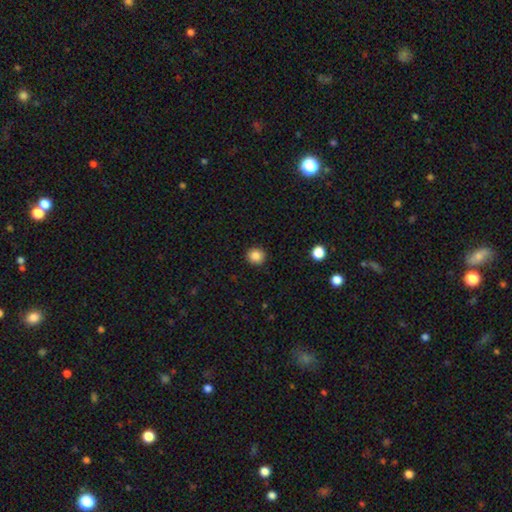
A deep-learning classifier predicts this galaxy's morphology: Smooth or featured: smooth — 86% (star or artifact — 10%)
How rounded: round — 91% (in between — 8%)
Merging: none — 92% (minor disturbance — 6%)